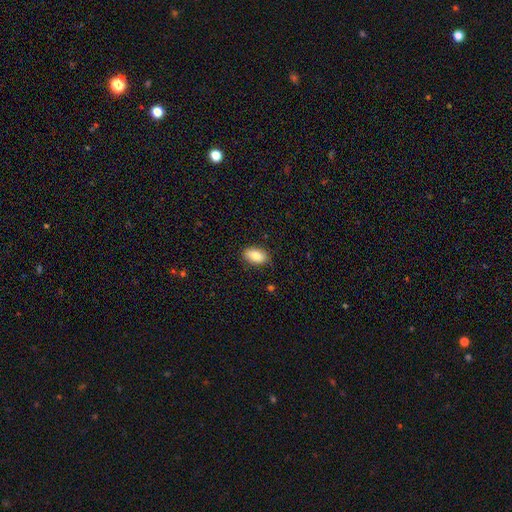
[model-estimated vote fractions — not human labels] Q: Smooth or featured?
A: smooth (86%); runner-up: featured or disk (7%)
Q: How rounded?
A: in between (92%); runner-up: round (6%)
Q: Merging?
A: none (83%); runner-up: minor disturbance (13%)